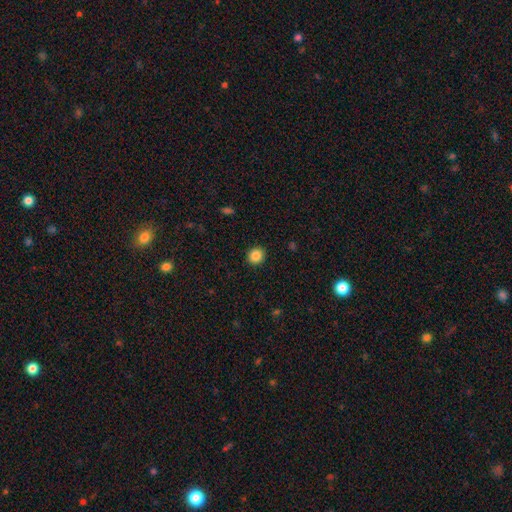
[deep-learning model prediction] A smooth galaxy with no disk features (87%) that is round (86%). Merging: none (92%).